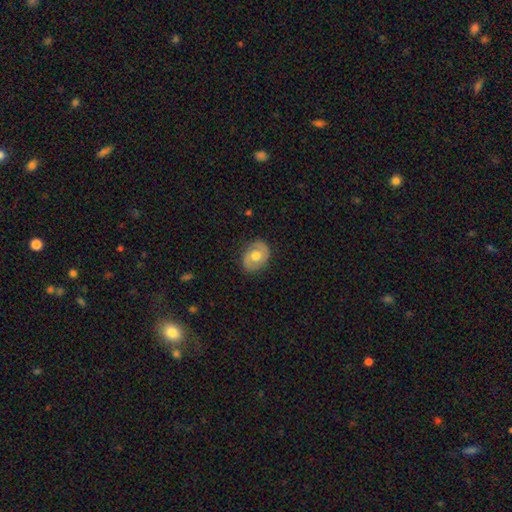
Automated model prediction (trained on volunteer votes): Smooth or featured? Predicted: smooth (p=0.58). How rounded? Predicted: in between (p=0.59). Merging? Predicted: none (p=0.79).